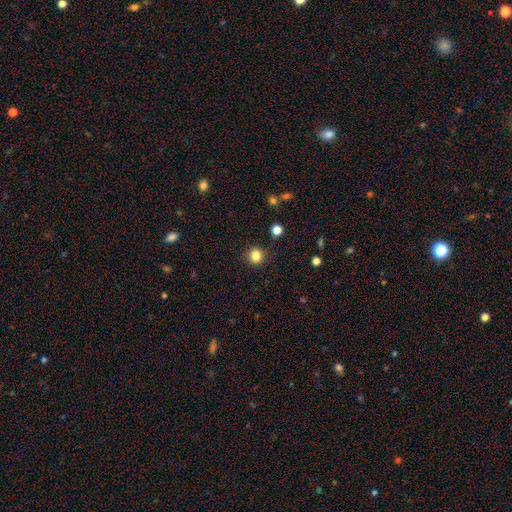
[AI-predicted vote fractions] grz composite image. It shows a smooth galaxy with no disk features (84%) that is round (88%). Merging: none (89%).